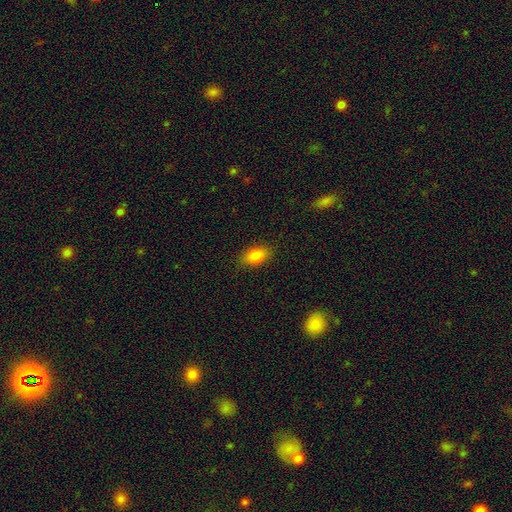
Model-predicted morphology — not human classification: Smooth or featured? smooth (81%)
How rounded? in between (89%)
Merging? none (86%)